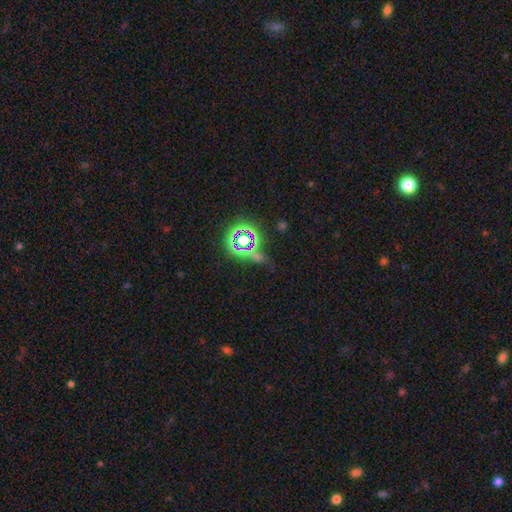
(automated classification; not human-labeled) A star or artifact, not a galaxy (71%).

Vote fractions:
- Smooth or featured? star or artifact: 71% / smooth: 18% / featured or disk: 11%